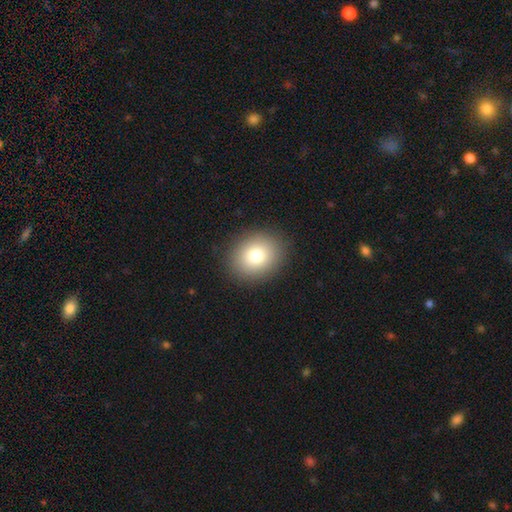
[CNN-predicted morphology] smooth 80%, star or artifact 10%, featured or disk 10%. Down the decision tree: how rounded — round (61%); merging — none (89%).